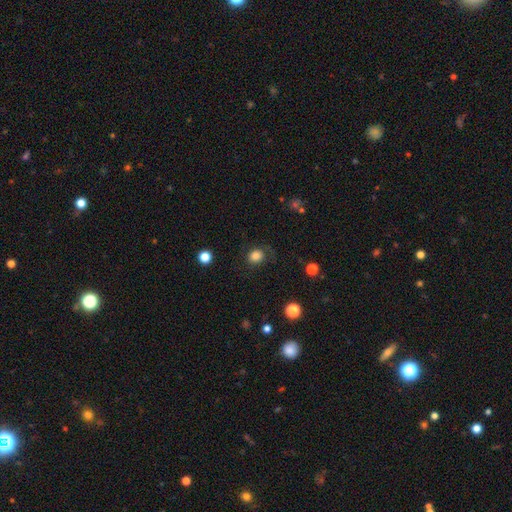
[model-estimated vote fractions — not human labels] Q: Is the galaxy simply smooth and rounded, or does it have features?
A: smooth — 81%.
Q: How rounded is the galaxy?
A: round — 69%.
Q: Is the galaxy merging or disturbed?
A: none — 69%.